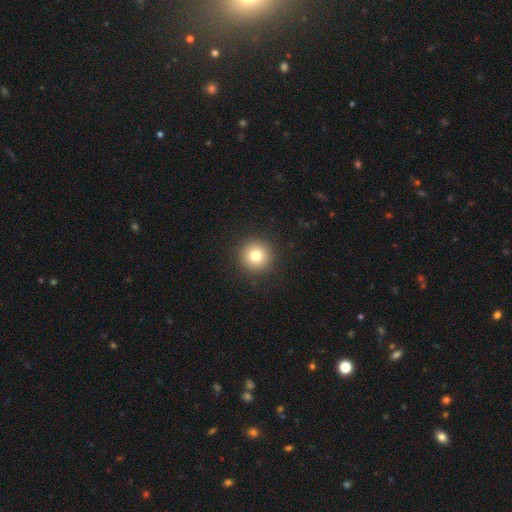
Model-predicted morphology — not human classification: type=smooth (79%); roundness=round (96%); merging=none (92%).